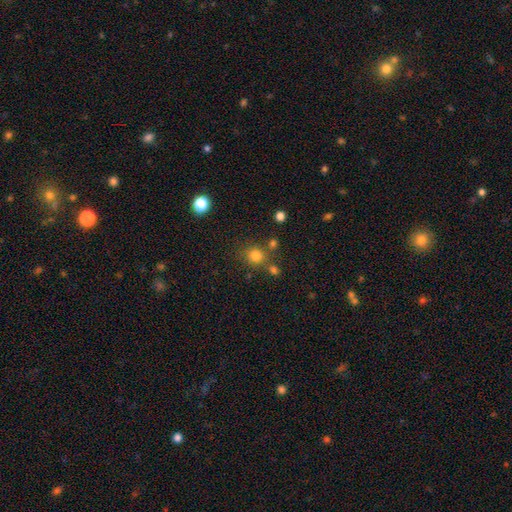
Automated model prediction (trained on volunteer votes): Smooth or featured: smooth — 79% (star or artifact — 15%)
How rounded: round — 85% (in between — 14%)
Merging: none — 72% (merger — 14%)